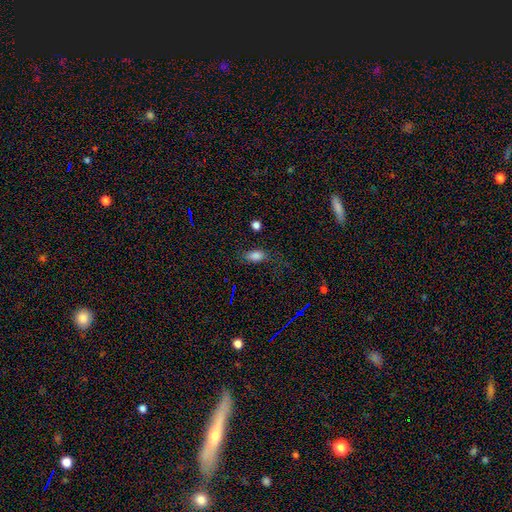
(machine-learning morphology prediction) Smooth or featured? smooth (81%)
How rounded? in between (87%)
Merging? none (70%)